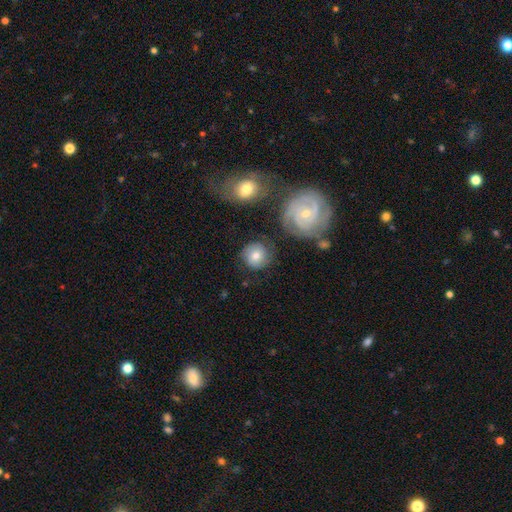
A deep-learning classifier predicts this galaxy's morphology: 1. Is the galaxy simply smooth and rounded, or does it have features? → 59% smooth, 33% featured or disk, 9% star or artifact.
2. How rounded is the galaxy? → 89% round, 10% in between, 1% cigar-shaped.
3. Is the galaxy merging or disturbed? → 77% none, 12% minor disturbance, 5% merger, 5% major disturbance.